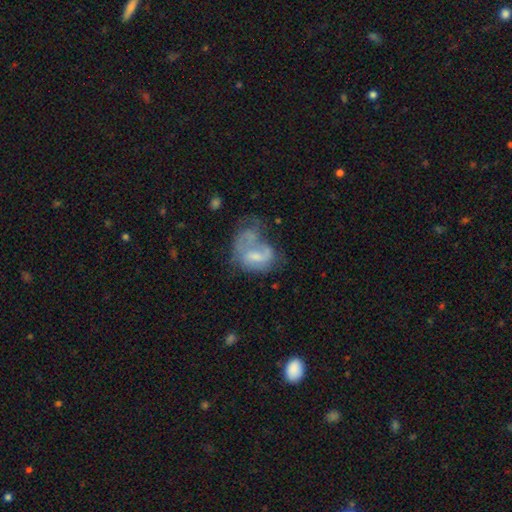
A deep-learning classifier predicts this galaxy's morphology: featured or disk 54%, smooth 38%, star or artifact 9%. Down the decision tree: edge-on disk — no (97%); bar — no (47%); spiral arms — yes (50%, tied with no); bulge size — moderate (38%); merging — major disturbance (37%).